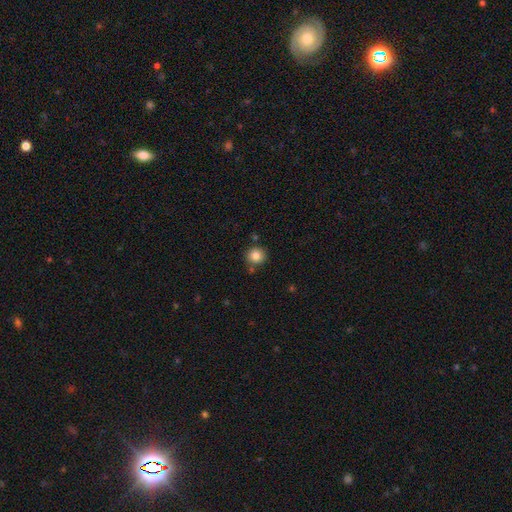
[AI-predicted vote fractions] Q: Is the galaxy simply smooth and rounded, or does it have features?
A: smooth — 84%.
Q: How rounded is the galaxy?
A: round — 90%.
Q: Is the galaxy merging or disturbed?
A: none — 79%.